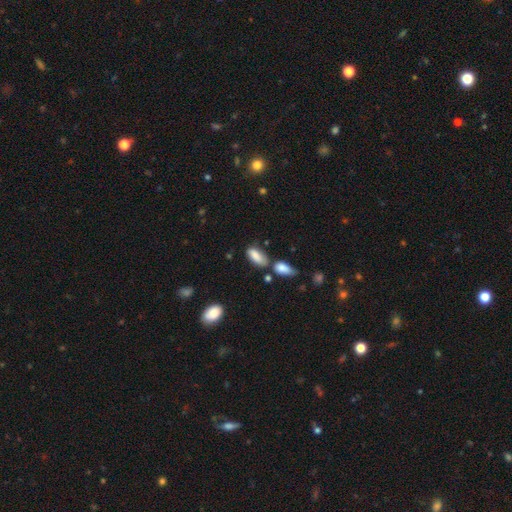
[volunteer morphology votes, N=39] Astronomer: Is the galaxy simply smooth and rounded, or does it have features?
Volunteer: smooth — 87%.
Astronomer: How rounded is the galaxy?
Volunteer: in between — 91%.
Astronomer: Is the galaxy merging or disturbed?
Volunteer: none — 35% (runner-up: minor disturbance, 27%).